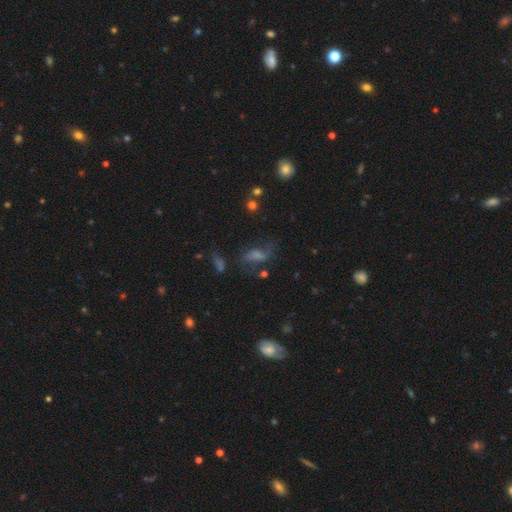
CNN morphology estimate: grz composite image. It shows a featured or disk galaxy (42%). Merging: none (57%).